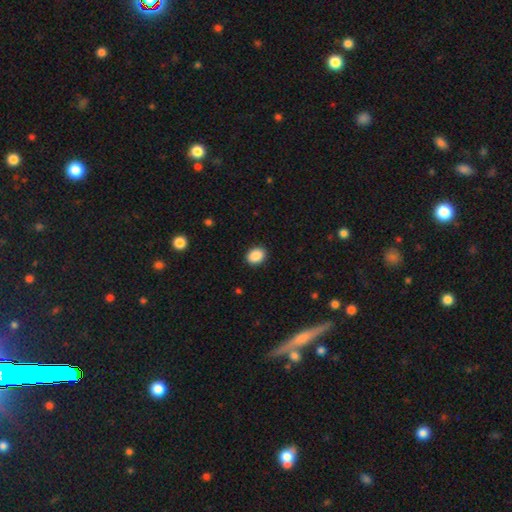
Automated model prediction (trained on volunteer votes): smooth_or_featured: smooth (p=0.89) [alt: star or artifact p=0.08]
how_rounded: in between (p=0.57) [alt: round p=0.42]
merging: none (p=0.91) [alt: minor disturbance p=0.07]